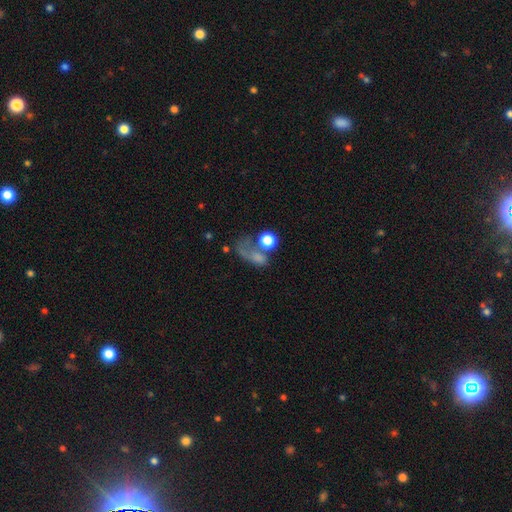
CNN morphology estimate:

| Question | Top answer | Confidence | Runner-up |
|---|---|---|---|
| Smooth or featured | smooth | 61% | featured or disk (22%) |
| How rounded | in between | 55% | round (41%) |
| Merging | major disturbance | 36% | merger (27%) |